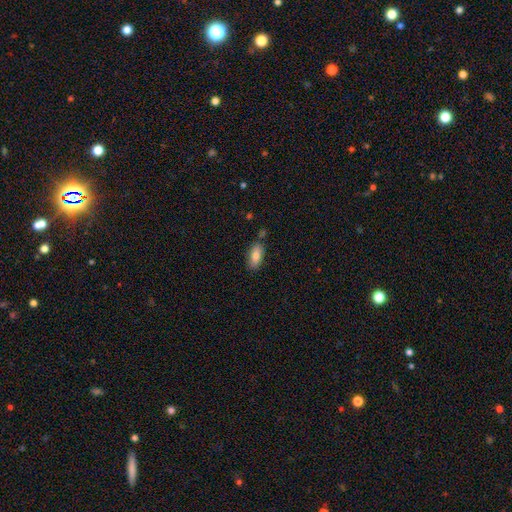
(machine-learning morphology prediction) smooth 81%, featured or disk 12%, star or artifact 7%. Down the decision tree: how rounded — in between (87%); merging — none (81%).